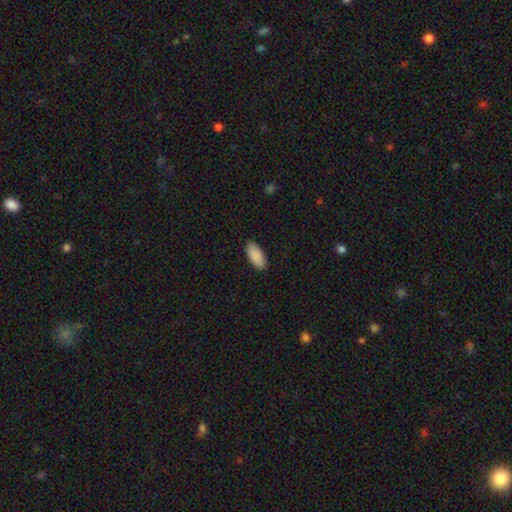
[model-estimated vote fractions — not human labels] Smooth or featured: smooth — 91% (star or artifact — 6%)
How rounded: in between — 91% (cigar-shaped — 7%)
Merging: none — 88% (minor disturbance — 10%)